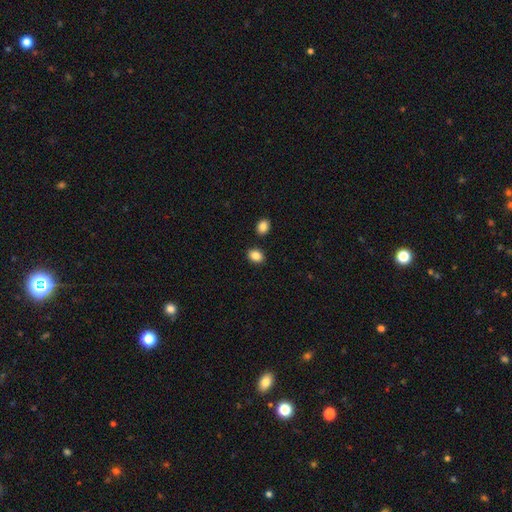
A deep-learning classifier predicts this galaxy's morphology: smooth-or-featured: smooth: 86% | star or artifact: 9% | featured or disk: 4%
  how-rounded: in between: 59% | round: 40% | cigar-shaped: 1%
  merging: none: 85% | minor disturbance: 8% | merger: 5% | major disturbance: 2%